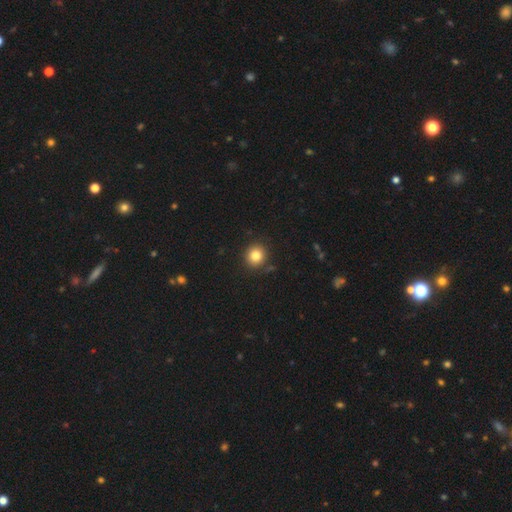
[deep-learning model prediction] smooth 82%, star or artifact 11%, featured or disk 6%. Down the decision tree: how rounded — round (91%); merging — none (89%).